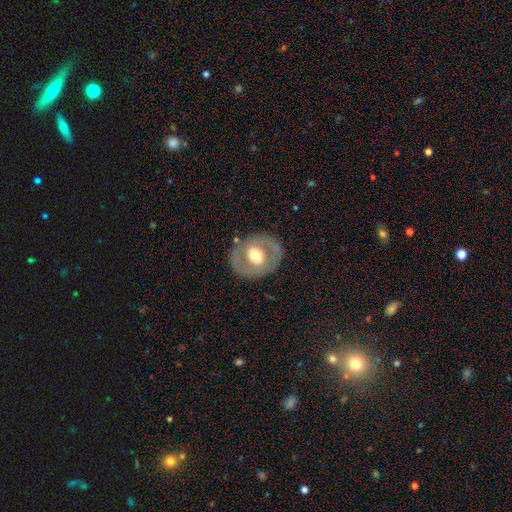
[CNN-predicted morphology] Q: Smooth or featured?
A: featured or disk (59%); runner-up: smooth (35%)
Q: Edge-on disk?
A: no (95%); runner-up: yes (5%)
Q: Bar?
A: no (57%); runner-up: weak (30%)
Q: Spiral arms?
A: no (74%); runner-up: yes (26%)
Q: Bulge size?
A: moderate (69%); runner-up: large (20%)
Q: Merging?
A: none (80%); runner-up: minor disturbance (12%)